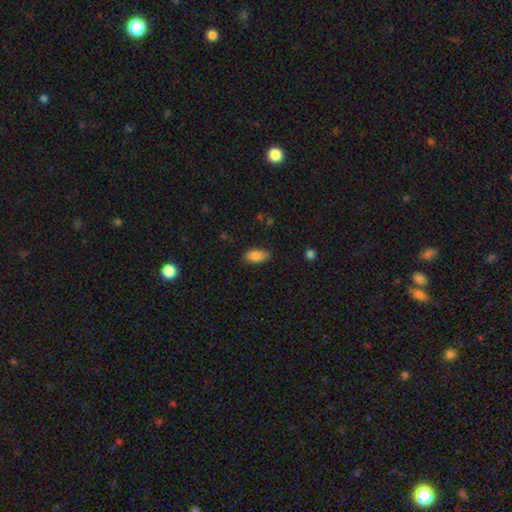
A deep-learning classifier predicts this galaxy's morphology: The model was most divided on "merging": none: 75%, minor disturbance: 20%, major disturbance: 4%, merger: 1%. More confident: how rounded — in between (91%); smooth or featured — smooth (86%).